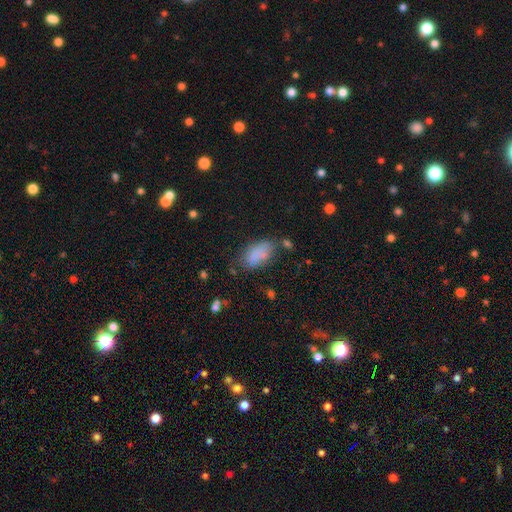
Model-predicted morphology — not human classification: smooth 80%, featured or disk 10%, star or artifact 9%. Down the decision tree: how rounded — in between (92%); merging — none (56%).